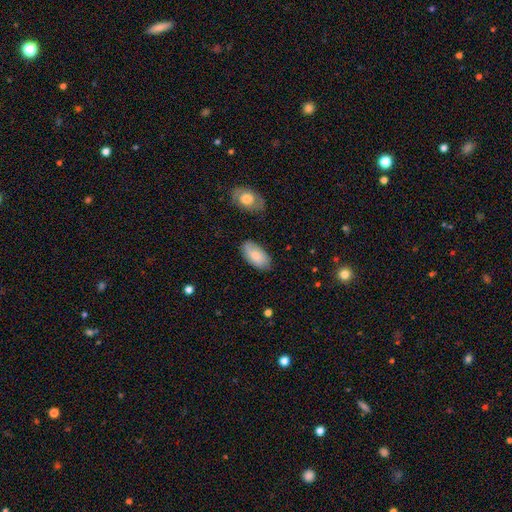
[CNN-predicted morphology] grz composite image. It shows a smooth galaxy with no disk features (78%) that is in between round and cigar-shaped (94%). Merging: none (79%).